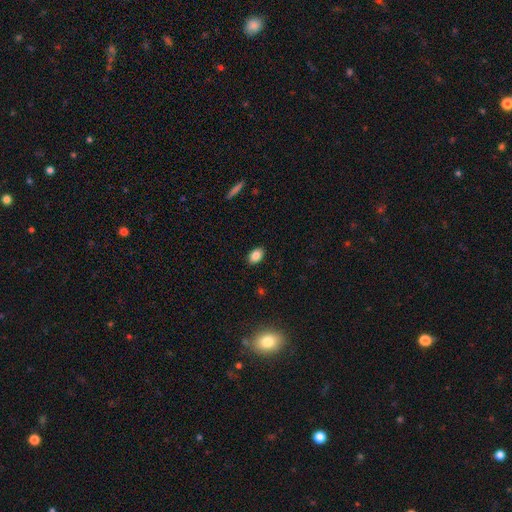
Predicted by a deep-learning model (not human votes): This appears to be a smooth galaxy with no disk features (86%) that is in between round and cigar-shaped (88%). Merging: none (88%).